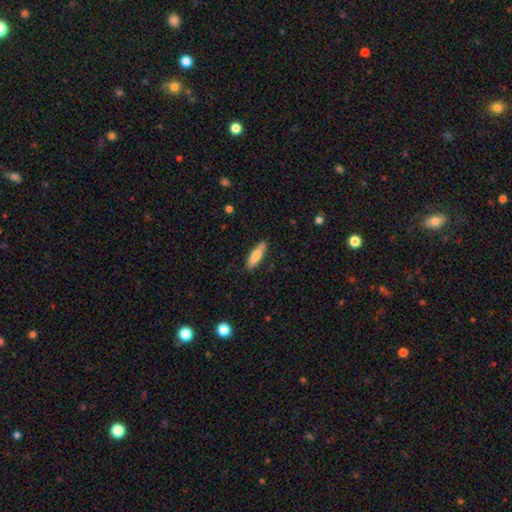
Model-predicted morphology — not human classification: This is likely a smooth galaxy (73%). How rounded: likely cigar-shaped (63%). Merging: clearly none (84%).